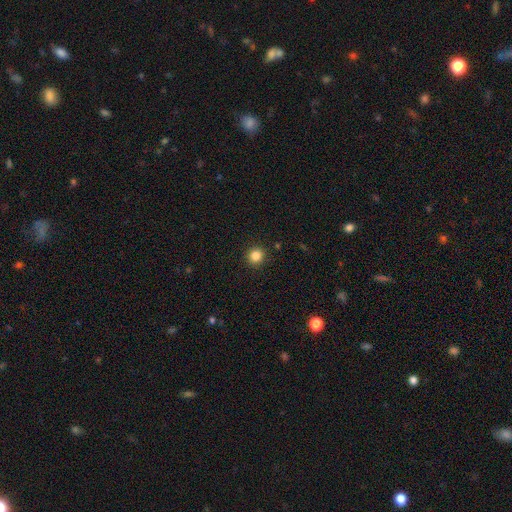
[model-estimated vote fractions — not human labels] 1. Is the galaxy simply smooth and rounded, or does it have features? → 84% smooth, 12% star or artifact, 4% featured or disk.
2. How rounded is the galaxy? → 91% round, 8% in between, 1% cigar-shaped.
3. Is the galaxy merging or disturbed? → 91% none, 6% minor disturbance, 2% major disturbance, 1% merger.